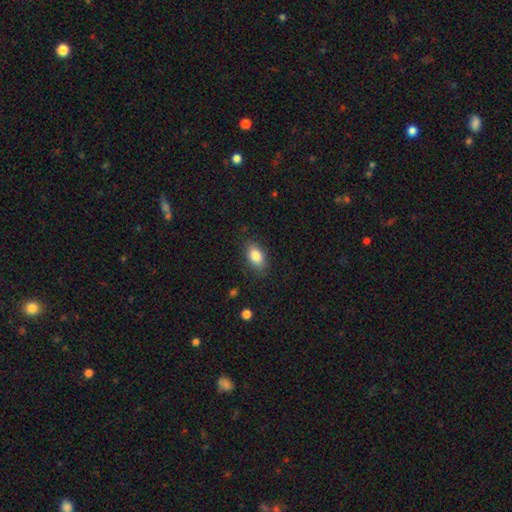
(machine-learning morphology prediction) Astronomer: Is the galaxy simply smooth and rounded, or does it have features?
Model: smooth — 85%.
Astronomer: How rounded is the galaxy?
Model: in between — 90%.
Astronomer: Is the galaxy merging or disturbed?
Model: none — 84%.